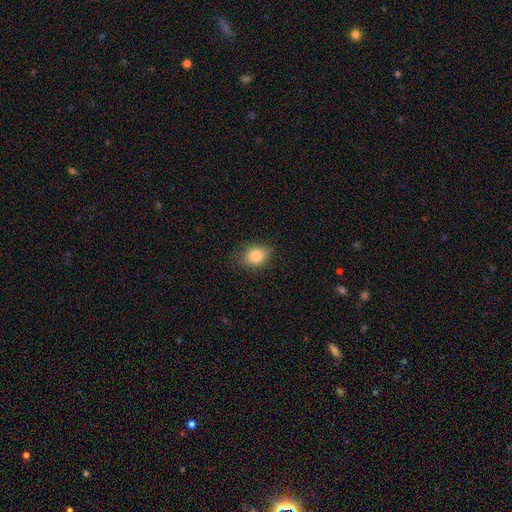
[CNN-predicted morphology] smooth_or_featured: smooth (p=0.86) [alt: star or artifact p=0.09]
how_rounded: round (p=0.51) [alt: in between p=0.48]
merging: none (p=0.79) [alt: minor disturbance p=0.16]